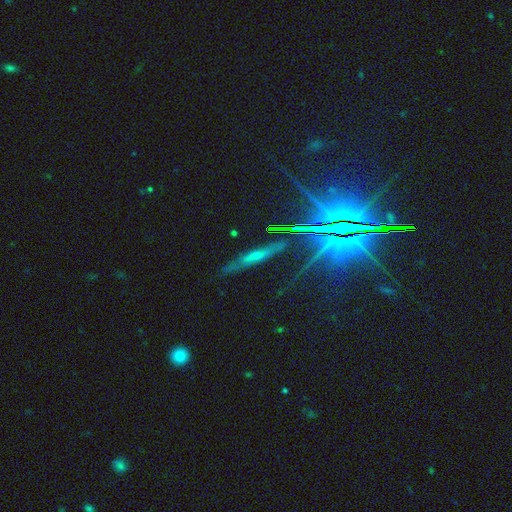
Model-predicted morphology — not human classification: A featured or disk galaxy (51%) viewed edge-on (85%).

Vote fractions:
- Smooth or featured? featured or disk: 51% / star or artifact: 27% / smooth: 22%
- Edge-on disk? yes: 85% / no: 15%
- Merging? none: 81% / minor disturbance: 14% / major disturbance: 3% / merger: 2%